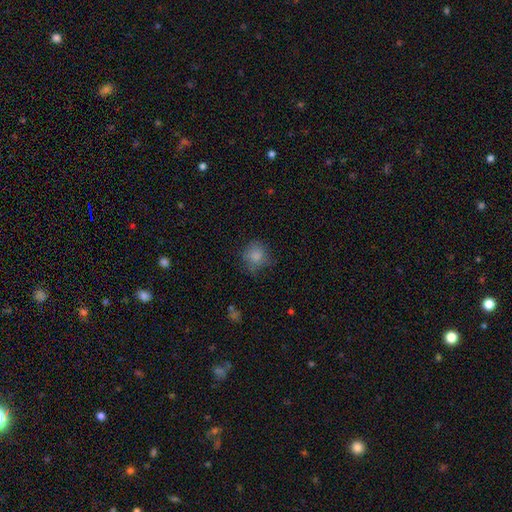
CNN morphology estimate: The model was most divided on "merging": none: 68%, minor disturbance: 23%, major disturbance: 8%, merger: 1%. More confident: how rounded — round (83%); smooth or featured — smooth (82%).